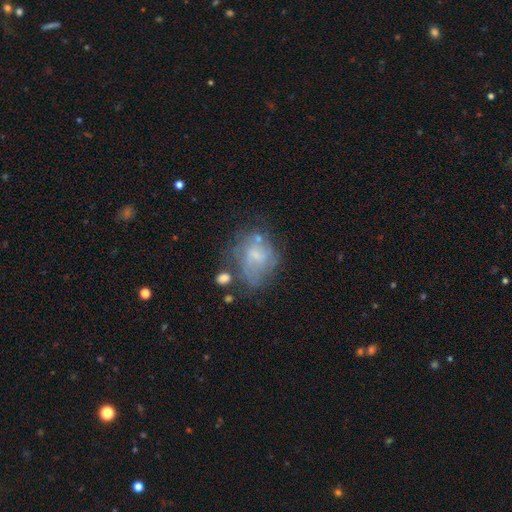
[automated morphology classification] Smooth or featured: featured or disk — 48% (smooth — 39%)
Merging: none — 42% (minor disturbance — 25%)